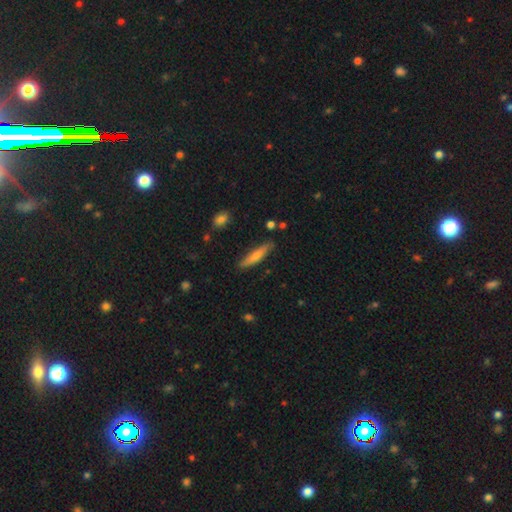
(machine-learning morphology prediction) Smooth or featured?
  - smooth: 69% *
  - featured or disk: 26%
  - star or artifact: 6%
How rounded?
  - cigar-shaped: 84% *
  - in between: 14%
  - round: 2%
Merging?
  - none: 85% *
  - minor disturbance: 11%
  - merger: 2%
  - major disturbance: 2%